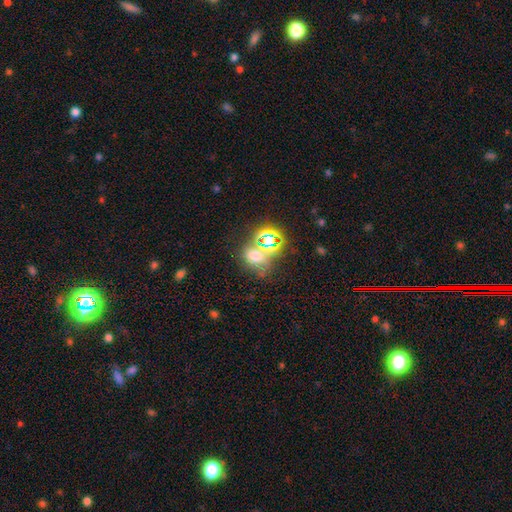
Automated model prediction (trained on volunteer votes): Smooth or featured: smooth — 52% (star or artifact — 37%)
How rounded: round — 54% (in between — 44%)
Merging: none — 51% (merger — 27%)